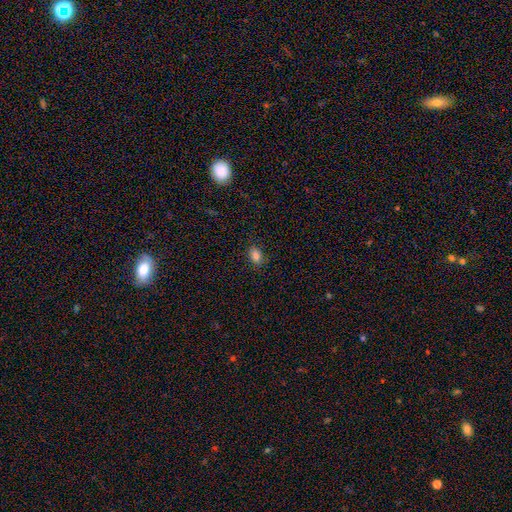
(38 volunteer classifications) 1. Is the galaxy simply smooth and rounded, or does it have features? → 92% smooth, 5% star or artifact, 3% featured or disk.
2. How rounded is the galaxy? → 74% in between, 26% round, 0% cigar-shaped.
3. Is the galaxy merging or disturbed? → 92% none, 6% minor disturbance, 3% merger, 0% major disturbance.